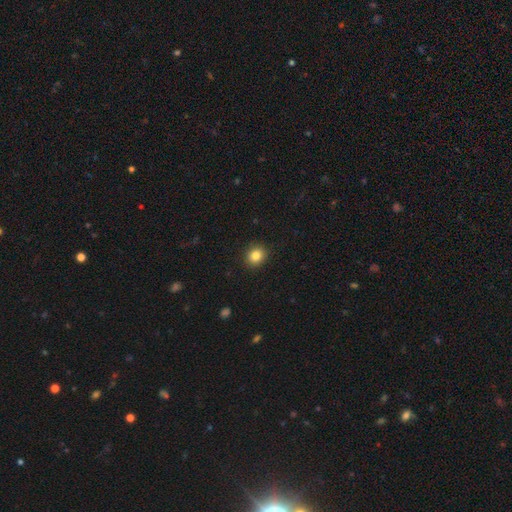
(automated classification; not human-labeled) Smooth or featured: smooth — 84% (star or artifact — 10%)
How rounded: round — 78% (in between — 21%)
Merging: none — 91% (minor disturbance — 6%)